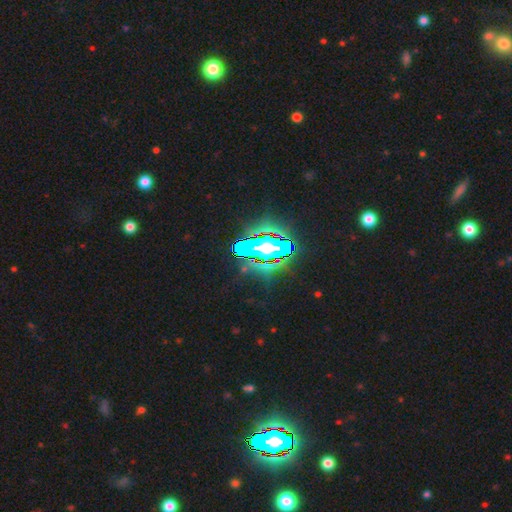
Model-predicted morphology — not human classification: This appears to be a star or artifact, not a galaxy (83%).